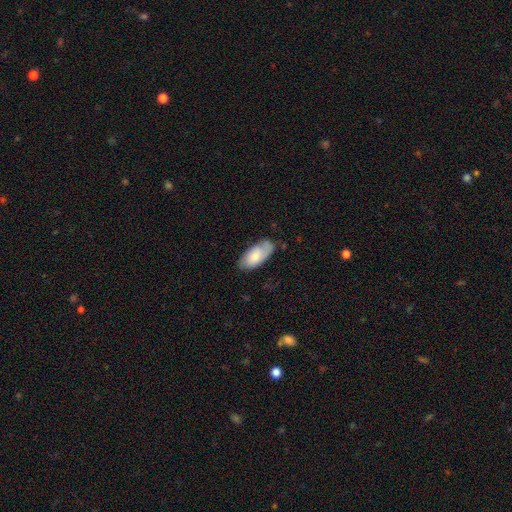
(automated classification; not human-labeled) smooth-or-featured: smooth: 66% | featured or disk: 28% | star or artifact: 6%
  how-rounded: in between: 92% | cigar-shaped: 6% | round: 2%
  merging: none: 69% | minor disturbance: 23% | major disturbance: 6% | merger: 2%